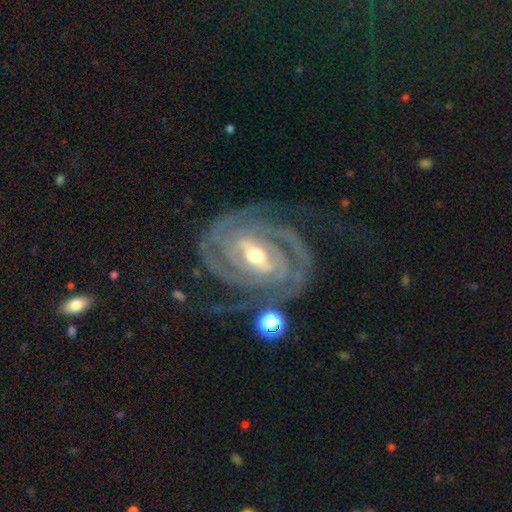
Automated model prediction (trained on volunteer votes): Smooth or featured?
  - featured or disk: 93% *
  - star or artifact: 4%
  - smooth: 3%
Edge-on disk?
  - no: 97% *
  - yes: 3%
Bar?
  - strong: 46% *
  - weak: 38%
  - no: 15%
Spiral arms?
  - yes: 98% *
  - no: 2%
Spiral winding?
  - tight: 73% *
  - medium: 24%
  - loose: 4%
Spiral arm count?
  - 2: 56% *
  - 3: 20%
  - can't tell: 8%
  - 4: 7%
  - more than 4: 4%
  - 1: 4%
Bulge size?
  - moderate: 63% *
  - small: 31%
  - large: 4%
  - none: 1%
  - dominant: 1%
Merging?
  - none: 72% *
  - minor disturbance: 16%
  - major disturbance: 9%
  - merger: 3%